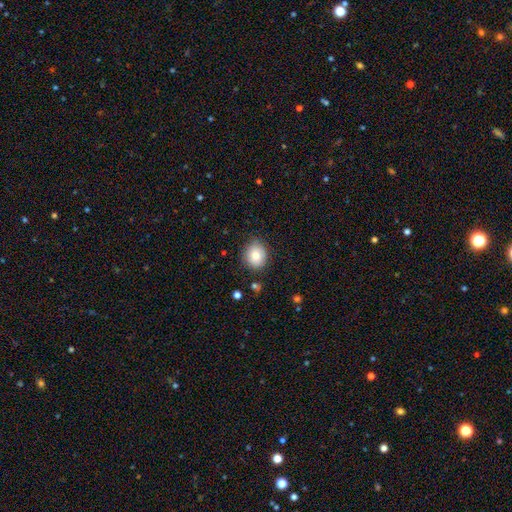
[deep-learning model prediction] Morphology: type=smooth (79%); roundness=round (64%); merging=none (82%).